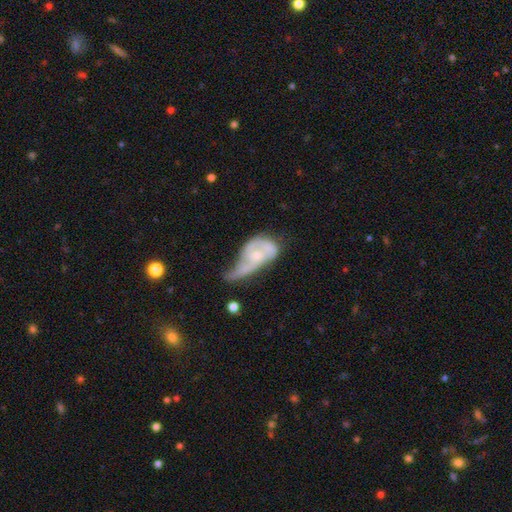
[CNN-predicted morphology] A featured or disk galaxy (67%) with no bar (73%), spiral arms (74%) and a small central bulge (52%).

Vote fractions:
- Smooth or featured? featured or disk: 67% / smooth: 27% / star or artifact: 6%
- Edge-on disk? no: 96% / yes: 4%
- Bar? no: 73% / weak: 23% / strong: 4%
- Spiral arms? yes: 74% / no: 26%
- Bulge size? small: 52% / moderate: 35% / none: 9% / large: 3% / dominant: 1%
- Merging? major disturbance: 46% / minor disturbance: 27% / none: 16% / merger: 11%